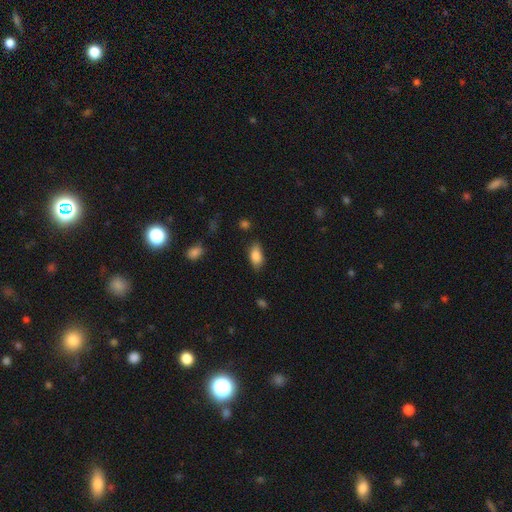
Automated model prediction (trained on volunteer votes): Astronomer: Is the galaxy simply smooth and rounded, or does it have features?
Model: smooth — 85%.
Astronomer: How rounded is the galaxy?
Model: in between — 90%.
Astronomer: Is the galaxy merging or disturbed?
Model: none — 76%.